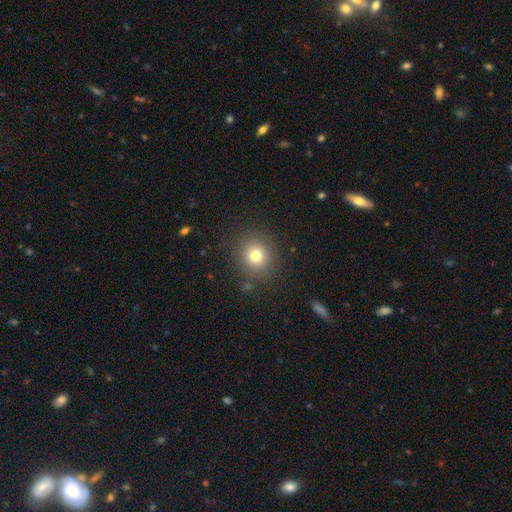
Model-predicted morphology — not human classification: type=smooth (76%); roundness=round (88%); merging=none (87%).